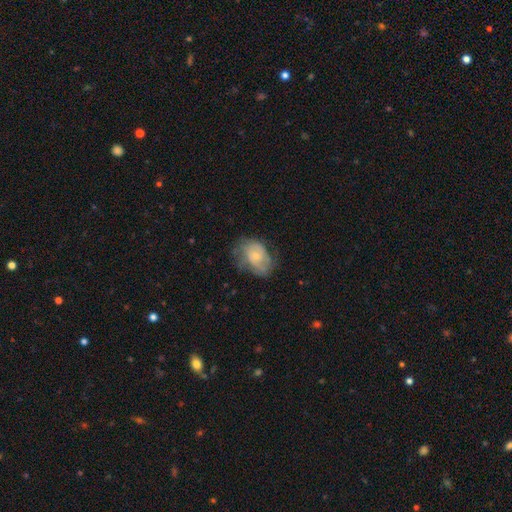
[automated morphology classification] Smooth or featured: featured or disk — 53% (smooth — 39%)
Edge-on disk: no — 97% (yes — 3%)
Bar: no — 73% (weak — 24%)
Spiral arms: yes — 77% (no — 23%)
Bulge size: small — 64% (moderate — 28%)
Merging: none — 51% (minor disturbance — 30%)